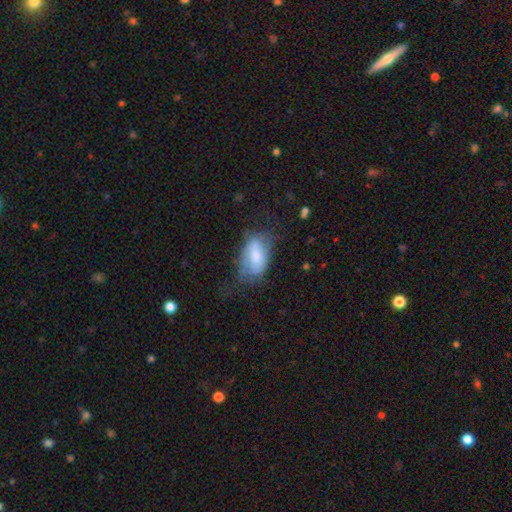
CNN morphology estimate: A smooth galaxy with no disk features (64%) that is in between round and cigar-shaped (91%). Merging: none (42%).